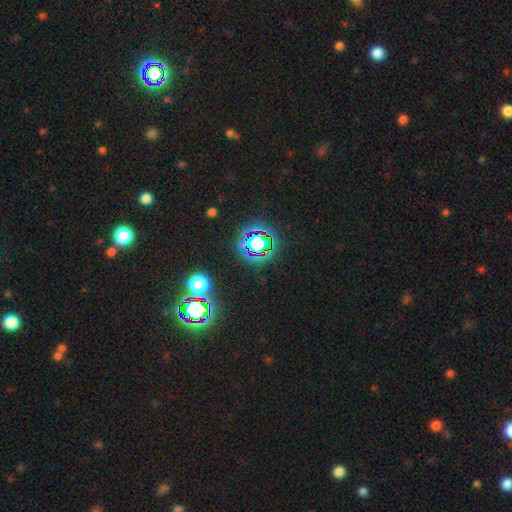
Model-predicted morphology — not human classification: The model was most divided on "smooth or featured": star or artifact: 80%, smooth: 13%, featured or disk: 8%.